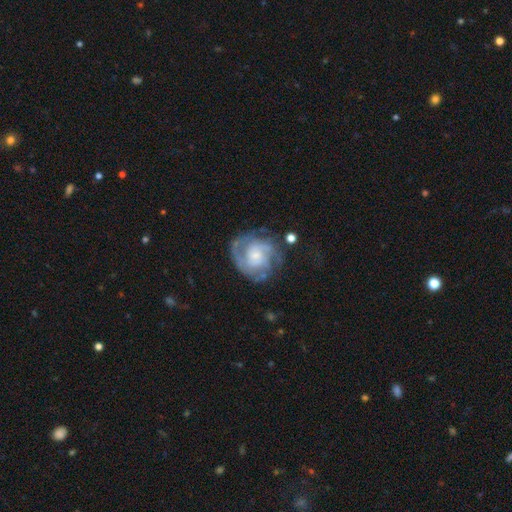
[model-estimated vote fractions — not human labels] Smooth or featured? Predicted: featured or disk (p=0.83). Edge-on disk? Predicted: no (p=0.98). Bar? Predicted: no (p=0.63). Spiral arms? Predicted: yes (p=0.93). Spiral winding? Predicted: tight (p=0.49). Spiral arm count? Predicted: 2 (p=0.38). Bulge size? Predicted: small (p=0.58). Merging? Predicted: none (p=0.66).